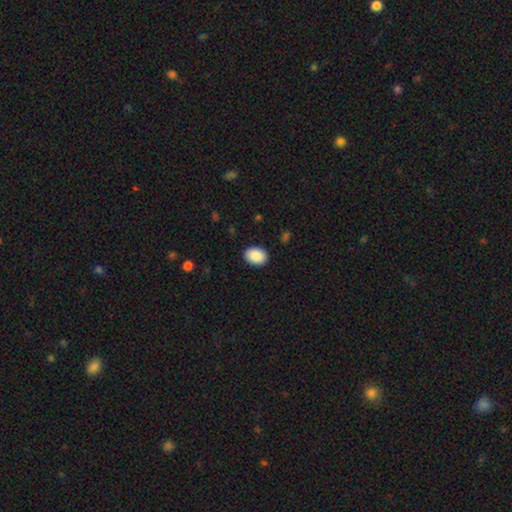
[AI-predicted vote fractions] smooth 90%, star or artifact 7%, featured or disk 3%. Down the decision tree: how rounded — in between (75%); merging — none (90%).